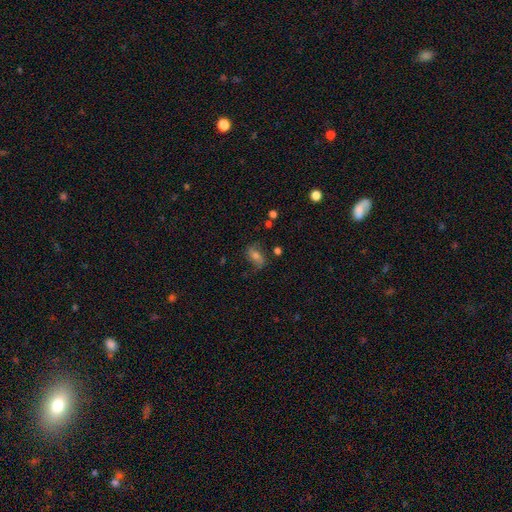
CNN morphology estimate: featured or disk 44%, smooth 42%, star or artifact 14%. Down the decision tree: merging — none (71%).